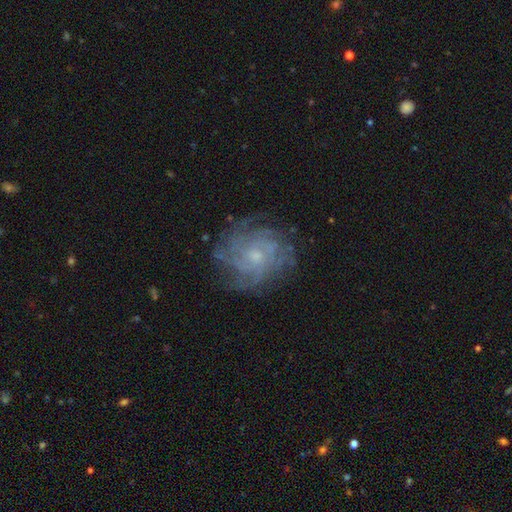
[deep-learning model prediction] Morphology: type=featured or disk (75%); edge-on=no (97%); bar=no (75%); spiral arms=yes (91%); winding=tight (61%); arm count=can't tell (44%); bulge=small (59%); merging=none (77%).